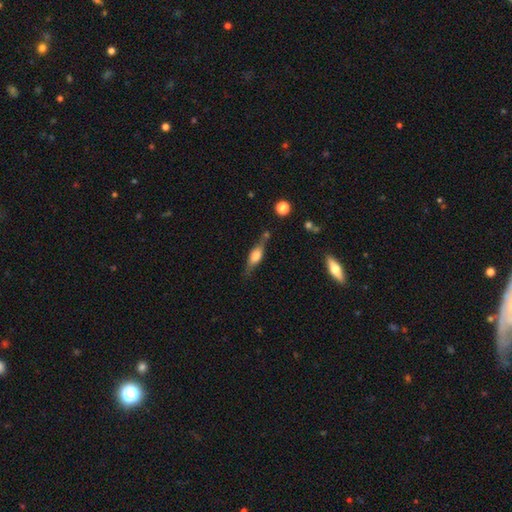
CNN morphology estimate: type=featured or disk (51%); edge-on=yes (89%); merging=none (68%).